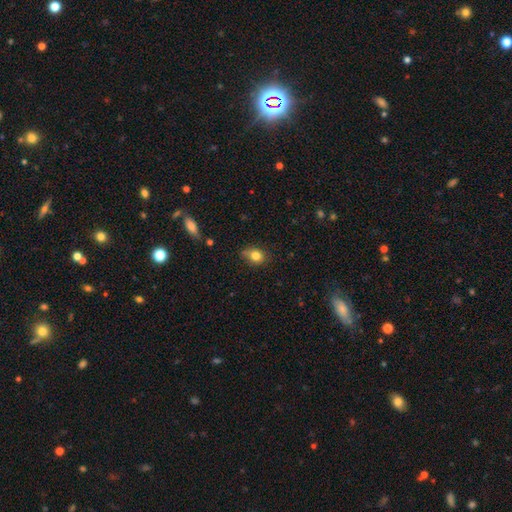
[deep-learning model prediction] A smooth galaxy with no disk features (80%) that is round (55%). Merging: none (63%).